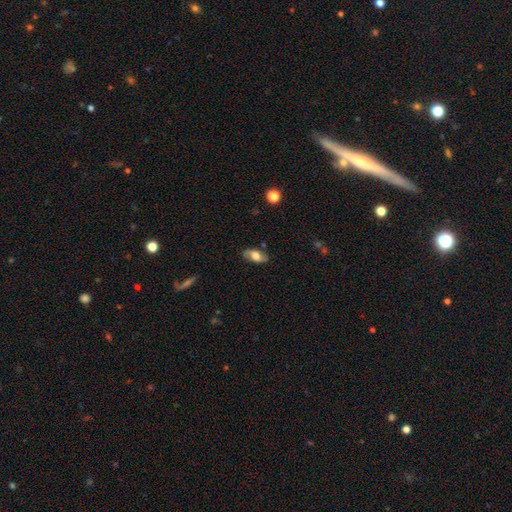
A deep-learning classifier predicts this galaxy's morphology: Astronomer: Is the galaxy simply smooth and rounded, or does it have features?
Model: smooth — 51% (runner-up: featured or disk, 41%).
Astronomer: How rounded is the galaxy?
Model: in between — 88%.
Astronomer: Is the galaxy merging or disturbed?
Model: none — 78%.